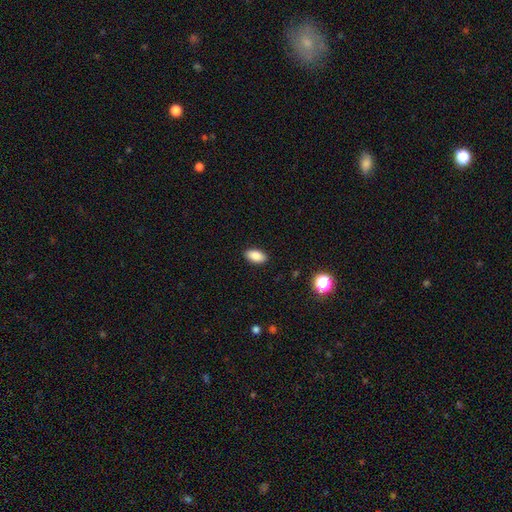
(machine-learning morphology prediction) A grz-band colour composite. It shows a smooth galaxy with no disk features (87%) that is in between round and cigar-shaped (93%). Merging: none (89%).